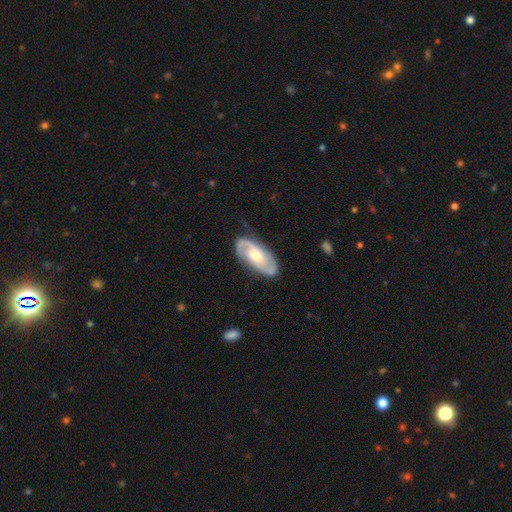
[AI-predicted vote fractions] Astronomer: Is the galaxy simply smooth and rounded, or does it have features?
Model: featured or disk — 80%.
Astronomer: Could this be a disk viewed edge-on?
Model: no — 94%.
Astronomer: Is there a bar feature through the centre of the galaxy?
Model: no — 60%.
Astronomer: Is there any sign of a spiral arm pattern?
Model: yes — 92%.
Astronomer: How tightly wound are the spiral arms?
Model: medium — 45% (runner-up: tight, 36%).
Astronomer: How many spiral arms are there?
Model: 2 — 84%.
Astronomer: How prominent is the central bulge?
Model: moderate — 66%.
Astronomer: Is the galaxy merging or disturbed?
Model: none — 80%.